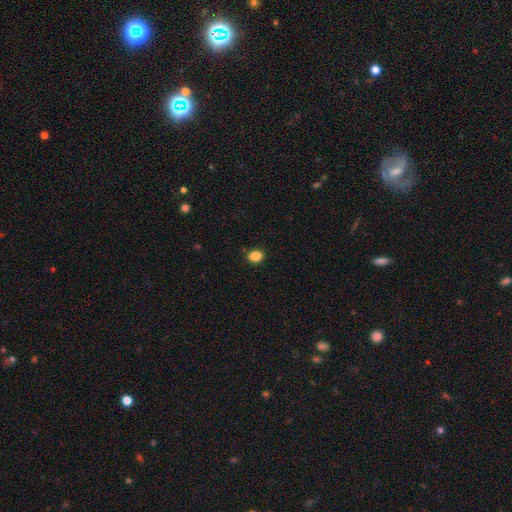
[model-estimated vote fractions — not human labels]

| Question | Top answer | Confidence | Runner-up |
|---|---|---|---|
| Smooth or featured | smooth | 86% | star or artifact (10%) |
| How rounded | in between | 52% | round (47%) |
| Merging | none | 89% | minor disturbance (8%) |